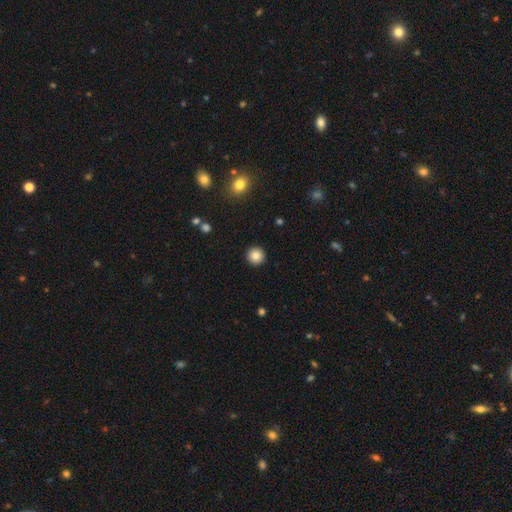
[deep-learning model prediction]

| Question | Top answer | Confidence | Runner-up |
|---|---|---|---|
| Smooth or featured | smooth | 86% | star or artifact (10%) |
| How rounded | round | 95% | in between (4%) |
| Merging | none | 93% | minor disturbance (4%) |